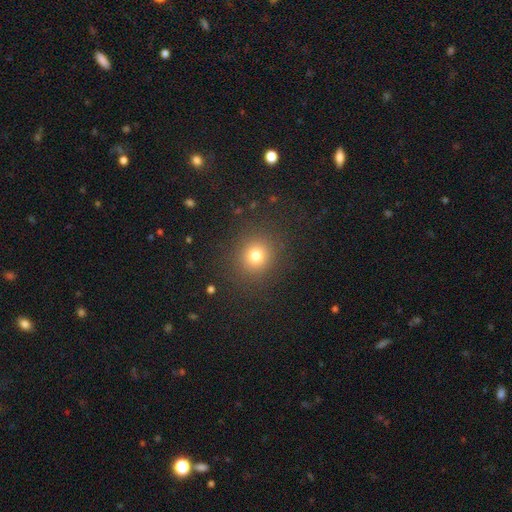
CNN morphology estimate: Smooth or featured?
  - smooth: 76% *
  - star or artifact: 17%
  - featured or disk: 7%
How rounded?
  - round: 86% *
  - in between: 13%
  - cigar-shaped: 1%
Merging?
  - none: 88% *
  - minor disturbance: 7%
  - major disturbance: 4%
  - merger: 1%